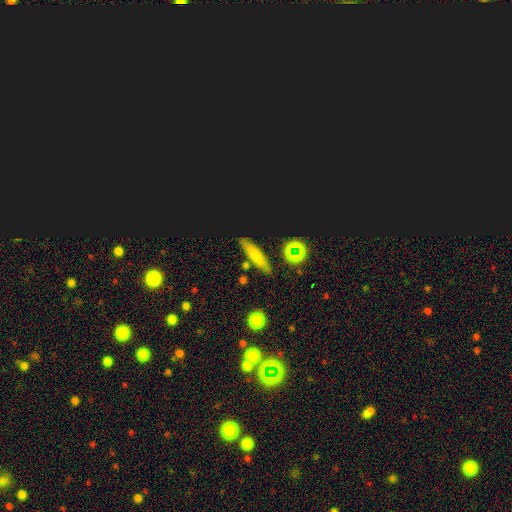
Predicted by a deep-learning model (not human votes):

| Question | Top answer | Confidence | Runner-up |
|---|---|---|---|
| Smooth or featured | smooth | 63% | featured or disk (19%) |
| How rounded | cigar-shaped | 74% | in between (21%) |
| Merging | none | 85% | minor disturbance (9%) |